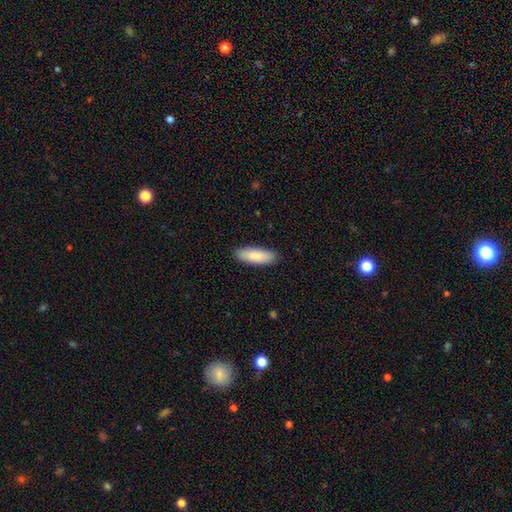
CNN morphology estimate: Smooth or featured?
  - smooth: 88% *
  - featured or disk: 7%
  - star or artifact: 5%
How rounded?
  - in between: 57% *
  - cigar-shaped: 42%
  - round: 1%
Merging?
  - none: 90% *
  - minor disturbance: 8%
  - major disturbance: 2%
  - merger: 1%